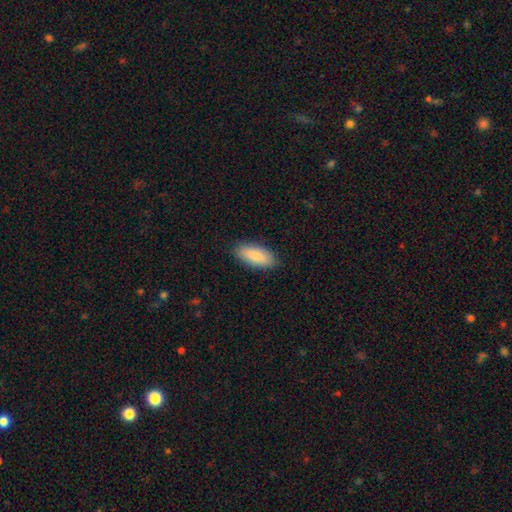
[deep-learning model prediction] smooth 87%, featured or disk 8%, star or artifact 6%. Down the decision tree: how rounded — in between (84%); merging — none (88%).